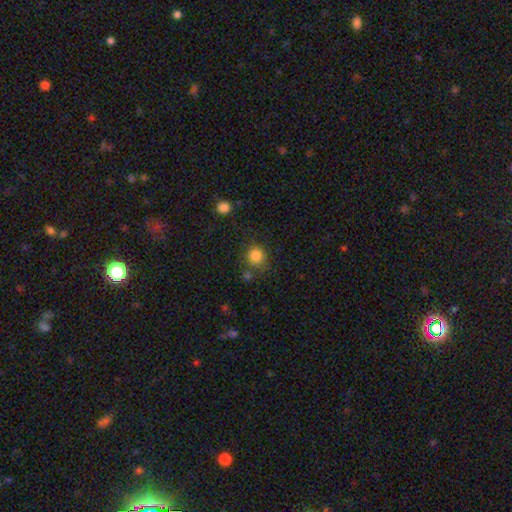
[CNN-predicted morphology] smooth_or_featured: smooth (p=0.84) [alt: star or artifact p=0.11]
how_rounded: round (p=0.90) [alt: in between p=0.09]
merging: none (p=0.77) [alt: minor disturbance p=0.12]